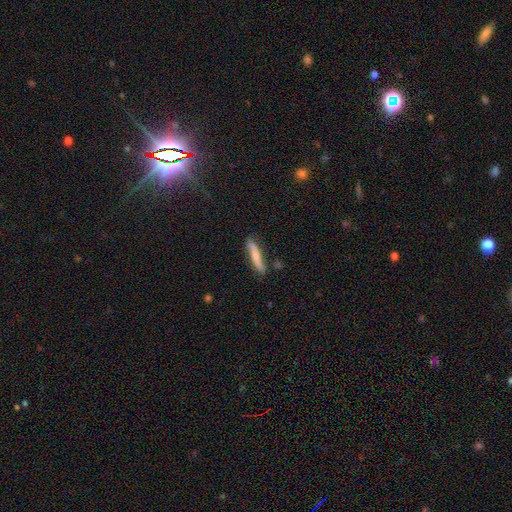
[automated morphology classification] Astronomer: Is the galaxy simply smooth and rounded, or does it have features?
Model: smooth — 67%.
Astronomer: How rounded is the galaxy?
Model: cigar-shaped — 90%.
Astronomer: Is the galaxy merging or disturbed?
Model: none — 76%.